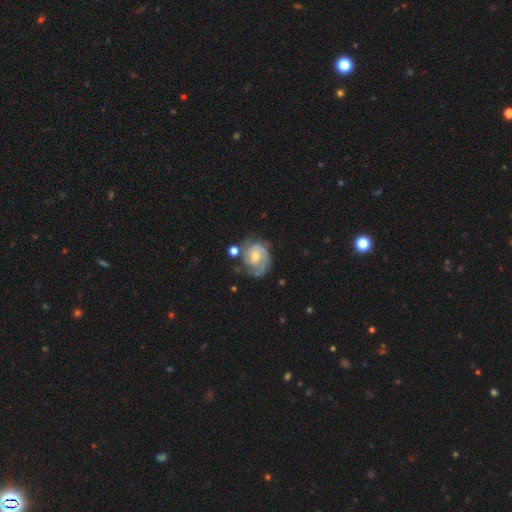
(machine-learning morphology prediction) type=featured or disk (74%); edge-on=no (98%); bar=no (53%); spiral arms=yes (90%); winding=tight (45%); arm count=2 (34%); bulge=small (50%); merging=none (53%).